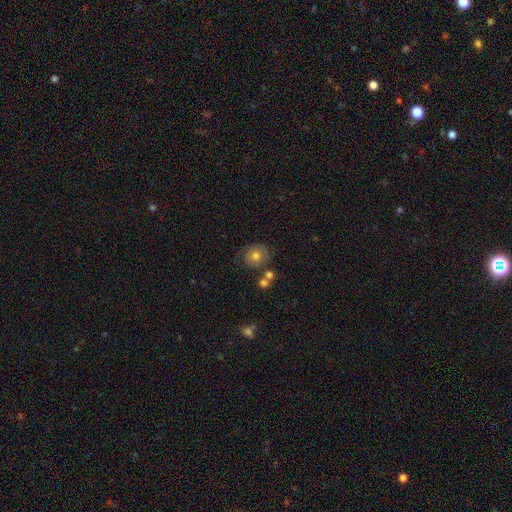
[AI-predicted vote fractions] Smooth or featured: smooth — 64% (featured or disk — 25%)
How rounded: round — 82% (in between — 17%)
Merging: none — 63% (minor disturbance — 18%)